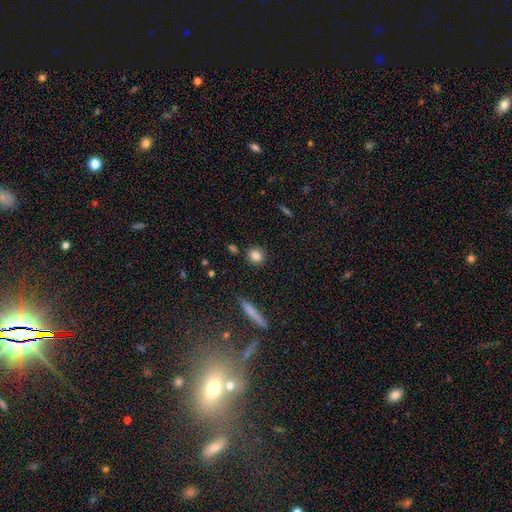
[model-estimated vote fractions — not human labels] Overall: smooth (84%). How rounded: round (71%). Merging: none (87%).